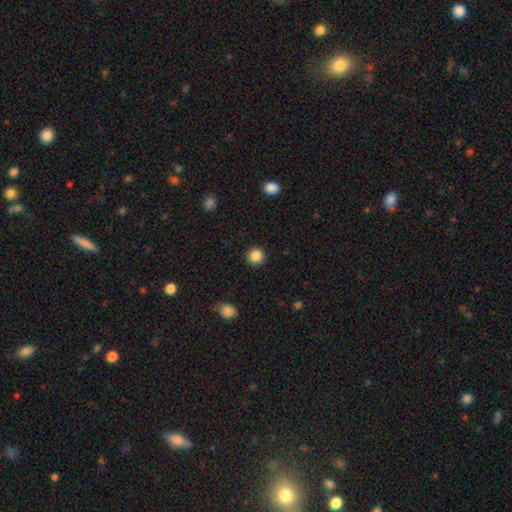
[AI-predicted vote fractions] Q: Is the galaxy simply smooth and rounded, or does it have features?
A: smooth — 86%.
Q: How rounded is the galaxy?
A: round — 94%.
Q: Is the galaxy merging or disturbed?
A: none — 91%.